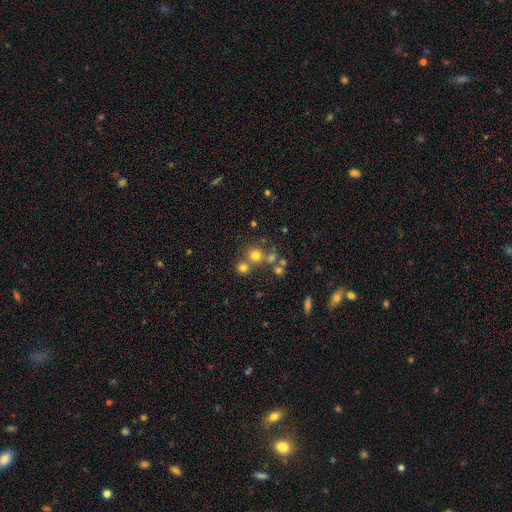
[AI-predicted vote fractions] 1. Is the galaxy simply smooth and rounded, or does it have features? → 67% smooth, 20% star or artifact, 13% featured or disk.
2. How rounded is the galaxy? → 89% round, 10% in between, 1% cigar-shaped.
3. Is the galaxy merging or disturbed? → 60% none, 29% merger, 8% minor disturbance, 4% major disturbance.